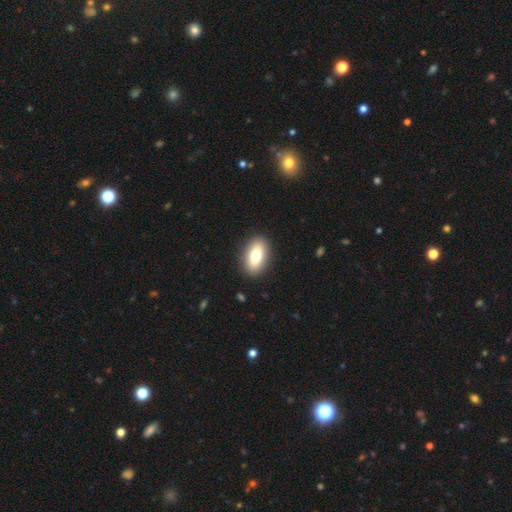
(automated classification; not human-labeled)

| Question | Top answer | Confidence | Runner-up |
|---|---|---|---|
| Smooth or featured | smooth | 76% | featured or disk (17%) |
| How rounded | in between | 88% | round (7%) |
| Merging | none | 90% | minor disturbance (7%) |